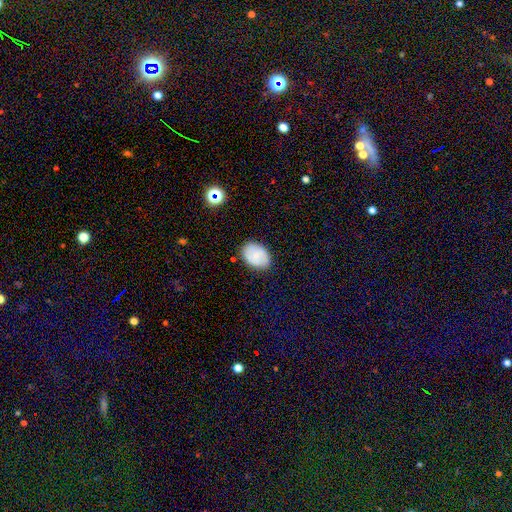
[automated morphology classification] smooth-or-featured: smooth: 65% | featured or disk: 28% | star or artifact: 7%
  how-rounded: in between: 78% | round: 21% | cigar-shaped: 1%
  merging: none: 82% | minor disturbance: 14% | major disturbance: 3% | merger: 1%